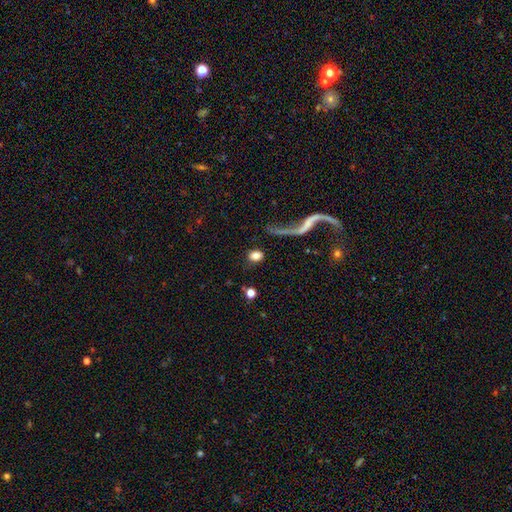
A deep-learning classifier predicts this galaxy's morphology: A smooth galaxy with no disk features (75%) that is in between round and cigar-shaped (55%). Merging: none (74%).